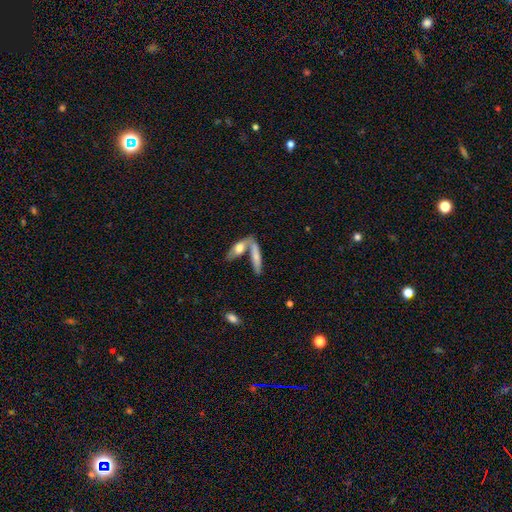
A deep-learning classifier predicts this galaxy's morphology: Q: Smooth or featured?
A: smooth (66%); runner-up: featured or disk (28%)
Q: How rounded?
A: cigar-shaped (66%); runner-up: in between (31%)
Q: Merging?
A: merger (50%); runner-up: none (37%)